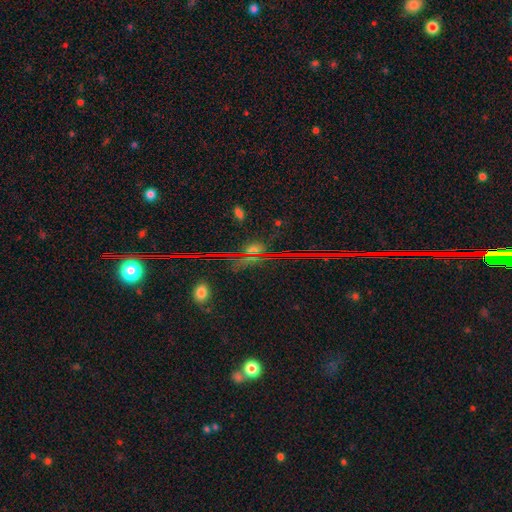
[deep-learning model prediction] Q: Smooth or featured?
A: star or artifact (74%); runner-up: featured or disk (14%)